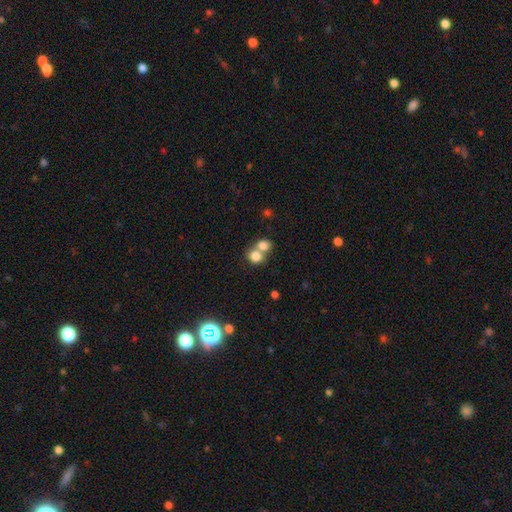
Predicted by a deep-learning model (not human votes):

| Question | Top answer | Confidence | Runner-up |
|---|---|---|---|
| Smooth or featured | smooth | 79% | star or artifact (11%) |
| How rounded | round | 71% | in between (28%) |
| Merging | merger | 61% | none (31%) |